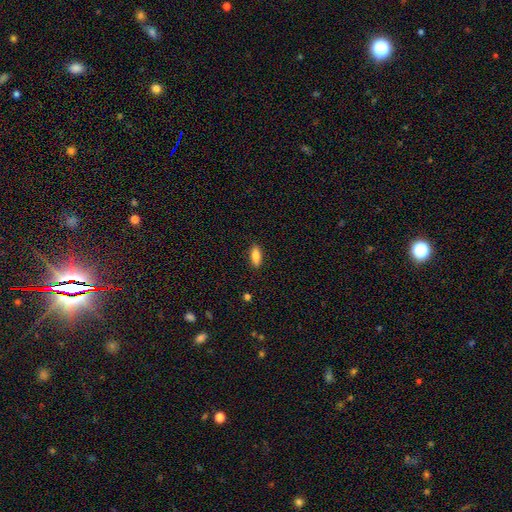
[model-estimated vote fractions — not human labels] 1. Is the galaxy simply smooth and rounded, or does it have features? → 83% smooth, 10% featured or disk, 7% star or artifact.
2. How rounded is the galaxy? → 72% in between, 26% cigar-shaped, 2% round.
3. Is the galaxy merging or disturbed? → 89% none, 8% minor disturbance, 2% major disturbance, 1% merger.